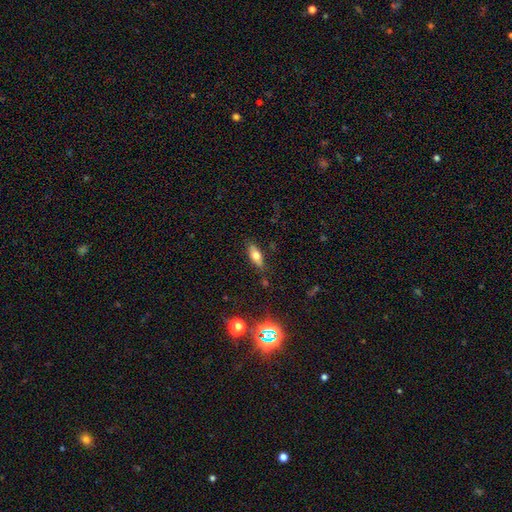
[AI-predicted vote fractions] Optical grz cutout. It shows a smooth galaxy with no disk features (63%) that is in between round and cigar-shaped (71%). Merging: none (79%).